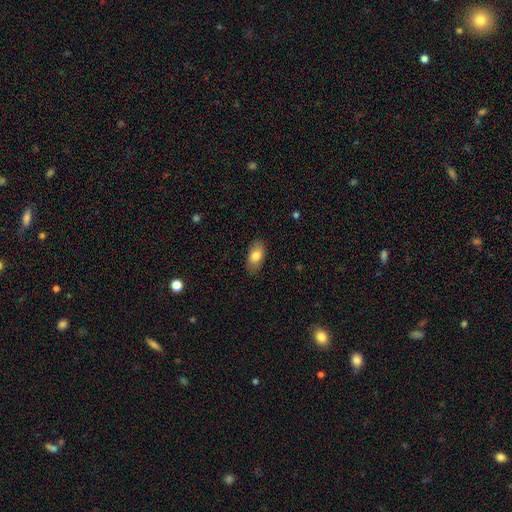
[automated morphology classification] The model was most divided on "smooth or featured": smooth: 81%, featured or disk: 12%, star or artifact: 7%. More confident: how rounded — in between (92%); merging — none (85%).